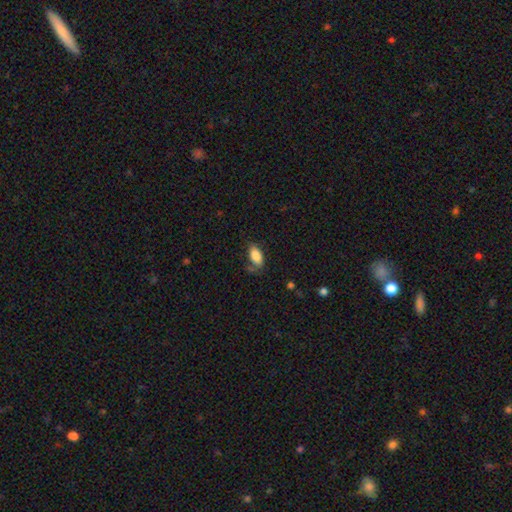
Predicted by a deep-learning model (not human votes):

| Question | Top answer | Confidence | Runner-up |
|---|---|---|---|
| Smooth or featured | smooth | 84% | featured or disk (9%) |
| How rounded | in between | 90% | cigar-shaped (7%) |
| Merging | none | 66% | minor disturbance (23%) |